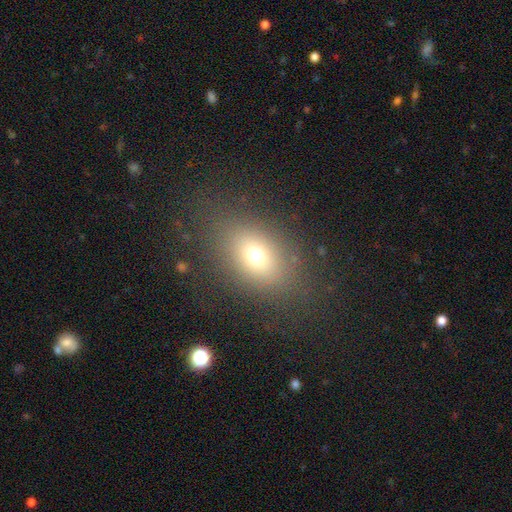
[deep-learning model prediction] Smooth or featured: smooth — 69% (featured or disk — 16%)
How rounded: in between — 71% (round — 27%)
Merging: none — 78% (minor disturbance — 12%)